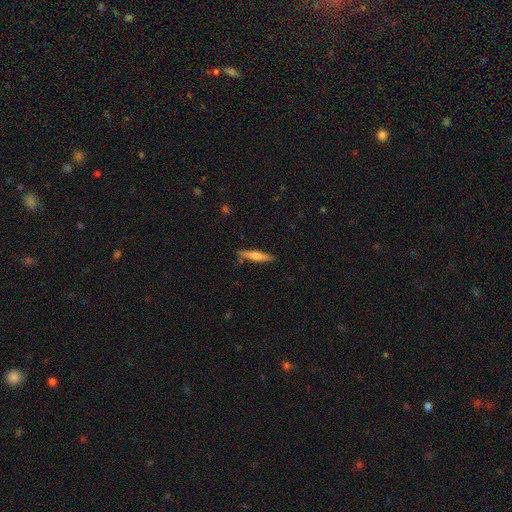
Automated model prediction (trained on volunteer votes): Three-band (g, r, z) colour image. It shows a smooth galaxy with no disk features (54%) that is cigar-shaped (89%). Merging: none (86%).